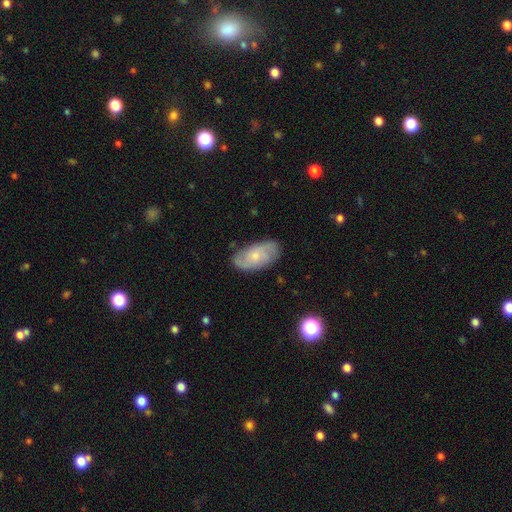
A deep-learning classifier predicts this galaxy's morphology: The model was most divided on "smooth or featured": featured or disk: 56%, smooth: 37%, star or artifact: 7%. More confident: edge-on disk — no (94%); spiral arms — yes (85%); merging — none (77%); bar — no (73%); bulge size — small (58%).